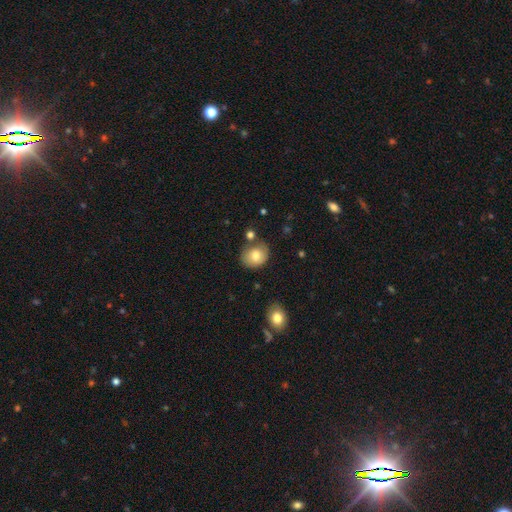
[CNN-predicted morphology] This appears to be a smooth galaxy with no disk features (77%) that is round (58%). Merging: none (65%).